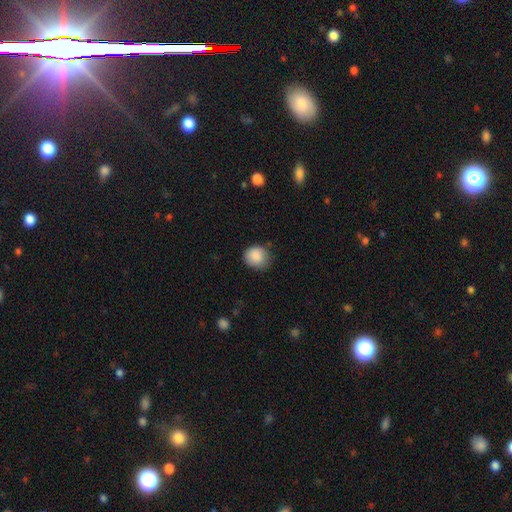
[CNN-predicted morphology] smooth 88%, star or artifact 8%, featured or disk 4%. Down the decision tree: how rounded — round (81%); merging — none (76%).